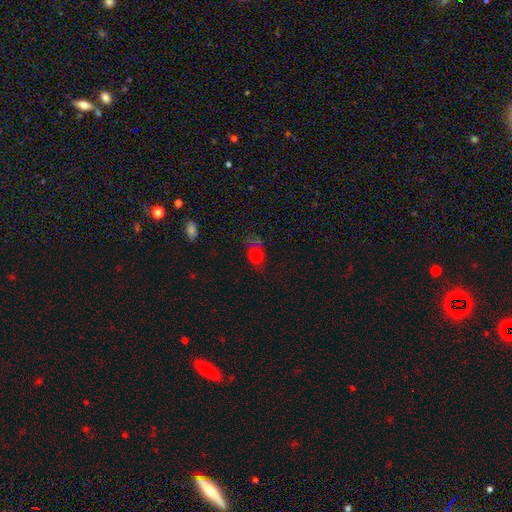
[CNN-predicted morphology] Smooth or featured? smooth (64%)
How rounded? in between (80%)
Merging? none (48%)